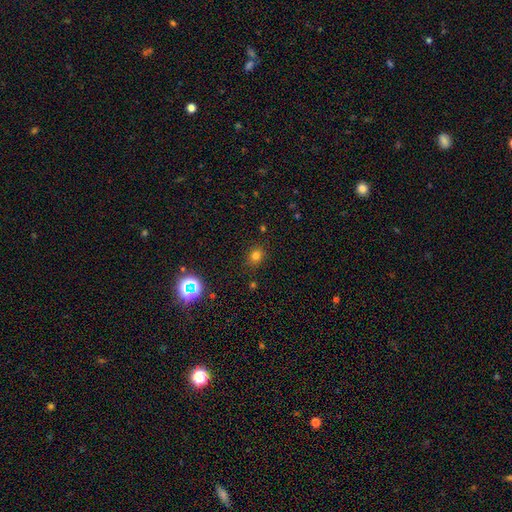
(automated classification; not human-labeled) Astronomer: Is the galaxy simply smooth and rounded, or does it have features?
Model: smooth — 75%.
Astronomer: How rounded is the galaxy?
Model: round — 63%.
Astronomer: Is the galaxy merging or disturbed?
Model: none — 85%.